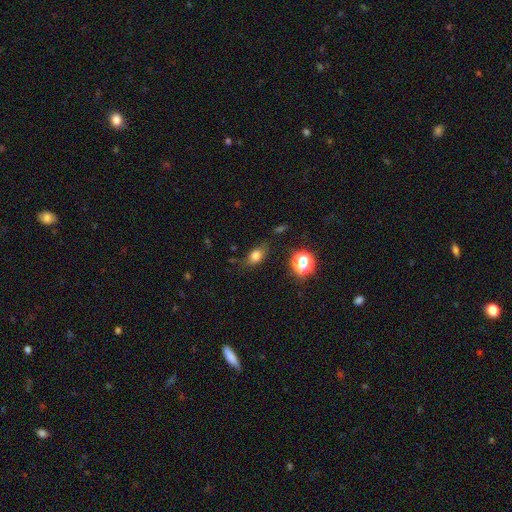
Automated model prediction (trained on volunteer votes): This appears to be a smooth galaxy with no disk features (76%) that is in between round and cigar-shaped (74%). Merging: none (73%).